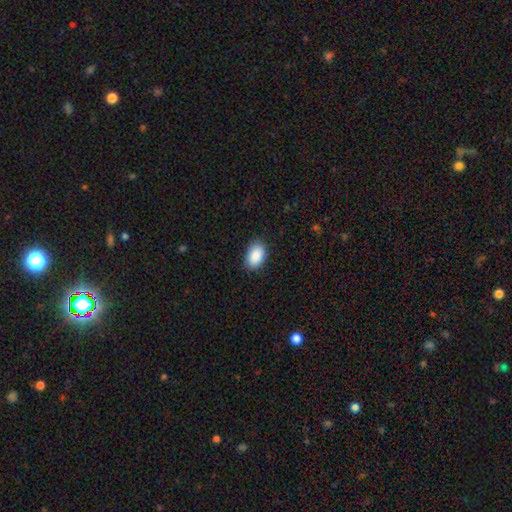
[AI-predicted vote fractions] A smooth galaxy with no disk features (90%) that is in between round and cigar-shaped (90%). Merging: none (85%).